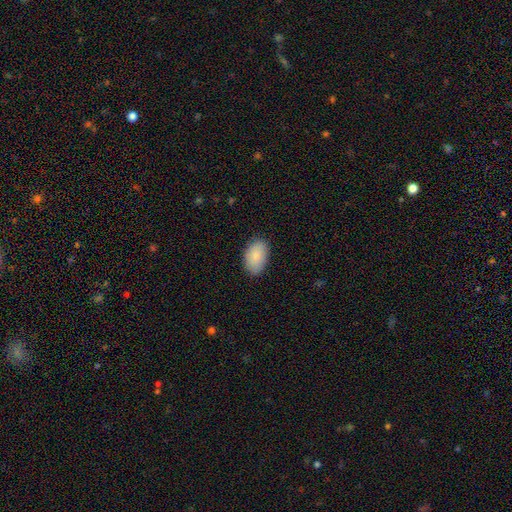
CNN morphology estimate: Smooth or featured: smooth — 88% (star or artifact — 6%)
How rounded: in between — 92% (round — 7%)
Merging: none — 85% (minor disturbance — 12%)